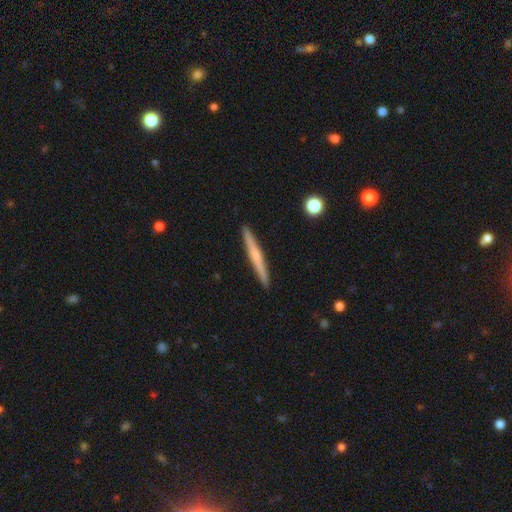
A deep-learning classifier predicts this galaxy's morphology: This appears to be a featured or disk galaxy (54%) viewed edge-on (98%) with a rounded central bulge (51%). Merging: none (93%).